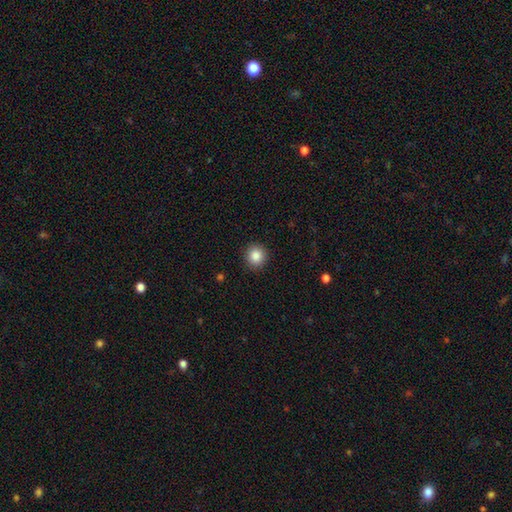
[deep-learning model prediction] Q: Smooth or featured?
A: smooth (87%); runner-up: star or artifact (9%)
Q: How rounded?
A: round (92%); runner-up: in between (7%)
Q: Merging?
A: none (91%); runner-up: minor disturbance (6%)